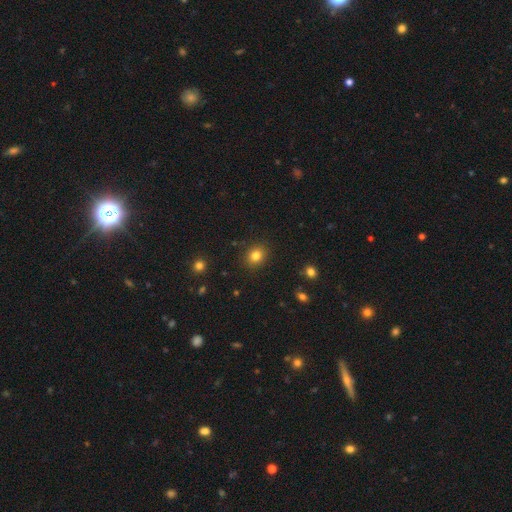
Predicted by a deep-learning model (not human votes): Smooth or featured? Predicted: smooth (p=0.82). How rounded? Predicted: round (p=0.60). Merging? Predicted: none (p=0.88).